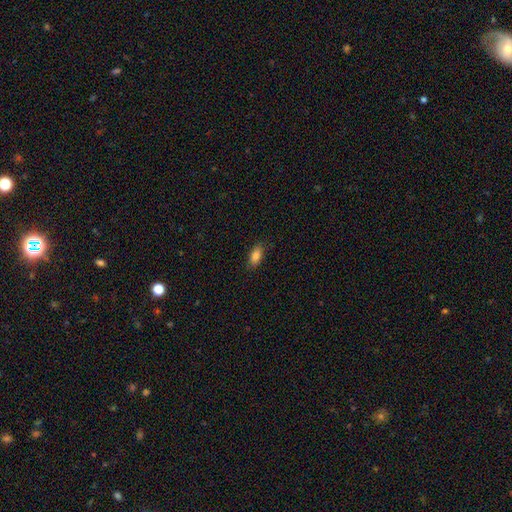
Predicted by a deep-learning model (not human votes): Smooth or featured?
  - smooth: 85% *
  - star or artifact: 8%
  - featured or disk: 7%
How rounded?
  - in between: 87% *
  - cigar-shaped: 10%
  - round: 3%
Merging?
  - none: 82% *
  - minor disturbance: 14%
  - major disturbance: 3%
  - merger: 1%